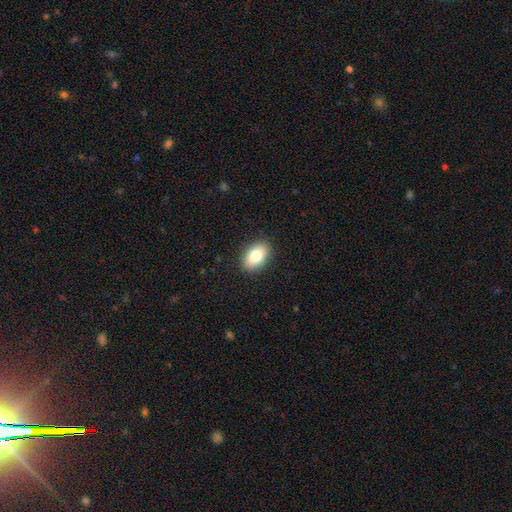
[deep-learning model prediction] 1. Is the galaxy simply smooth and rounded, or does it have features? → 81% smooth, 12% featured or disk, 7% star or artifact.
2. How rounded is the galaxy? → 90% in between, 8% round, 2% cigar-shaped.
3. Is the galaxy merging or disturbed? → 89% none, 8% minor disturbance, 2% major disturbance, 1% merger.